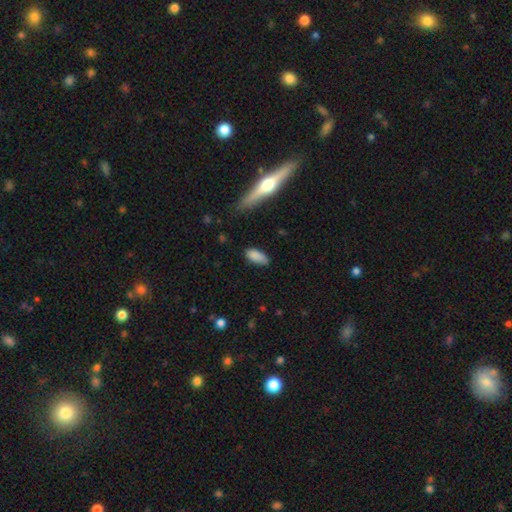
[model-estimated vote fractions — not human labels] Smooth or featured? smooth (87%)
How rounded? in between (84%)
Merging? none (77%)